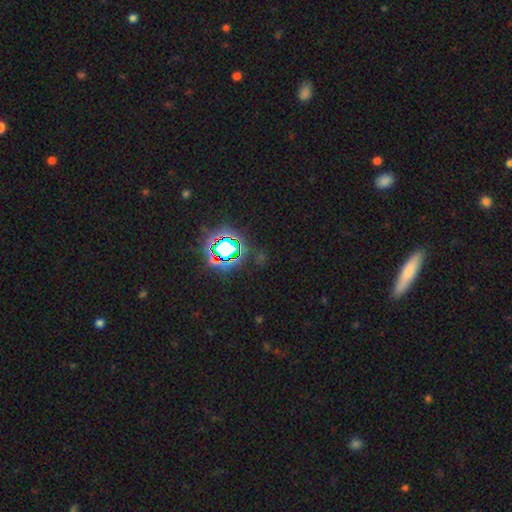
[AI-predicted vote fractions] smooth_or_featured: star or artifact (p=0.77) [alt: smooth p=0.15]